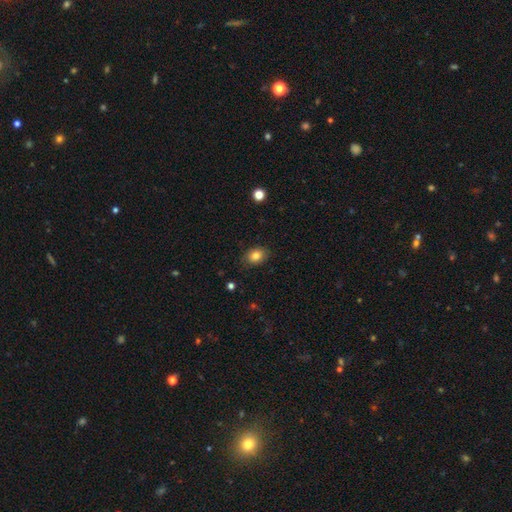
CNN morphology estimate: Smooth or featured? Predicted: smooth (p=0.83). How rounded? Predicted: in between (p=0.60). Merging? Predicted: none (p=0.82).